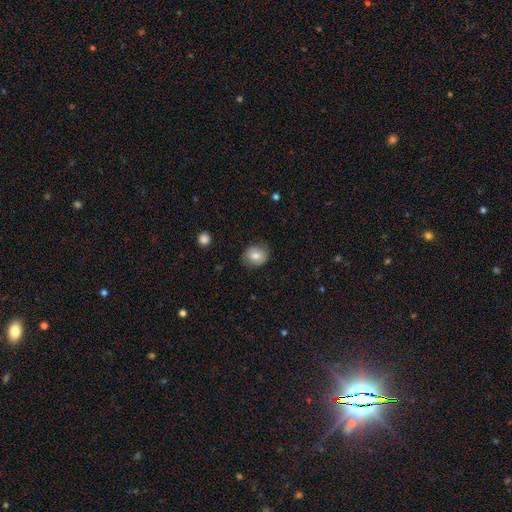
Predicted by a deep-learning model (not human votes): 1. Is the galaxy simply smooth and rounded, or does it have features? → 77% smooth, 14% featured or disk, 9% star or artifact.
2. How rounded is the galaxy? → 68% round, 31% in between, 1% cigar-shaped.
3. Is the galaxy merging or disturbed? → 80% none, 16% minor disturbance, 4% major disturbance, 1% merger.